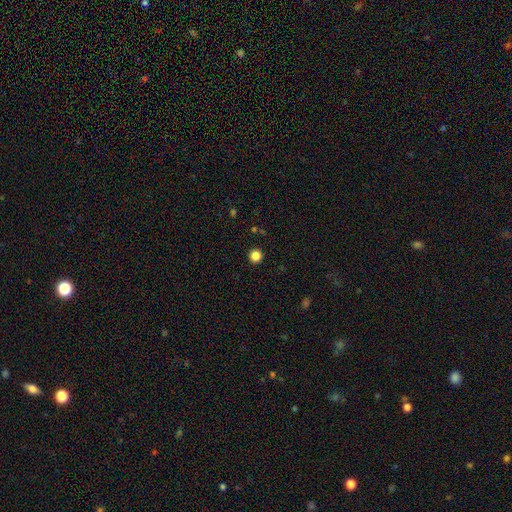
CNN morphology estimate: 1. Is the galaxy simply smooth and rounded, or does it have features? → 84% smooth, 12% star or artifact, 3% featured or disk.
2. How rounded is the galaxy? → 96% round, 3% in between, 1% cigar-shaped.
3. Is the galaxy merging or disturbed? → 93% none, 4% minor disturbance, 2% major disturbance, 1% merger.